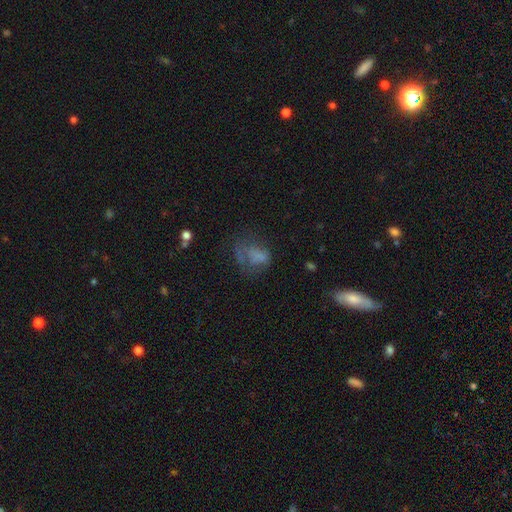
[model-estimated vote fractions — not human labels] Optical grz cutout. It shows a smooth galaxy with no disk features (54%) that is in between round and cigar-shaped (70%). Merging: major disturbance (40%).